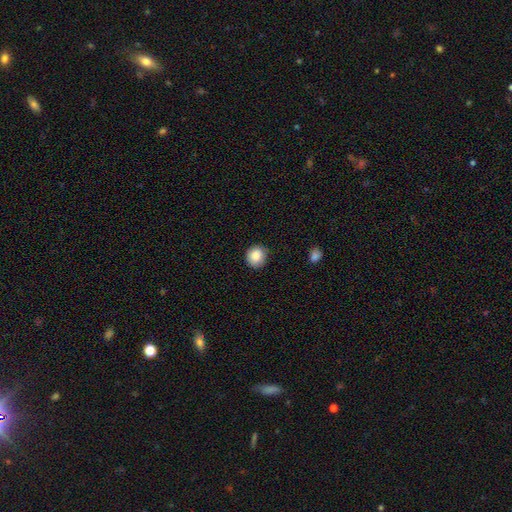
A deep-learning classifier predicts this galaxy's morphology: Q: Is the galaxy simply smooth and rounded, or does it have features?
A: smooth — 87%.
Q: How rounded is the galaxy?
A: round — 84%.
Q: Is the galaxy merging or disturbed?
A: none — 85%.